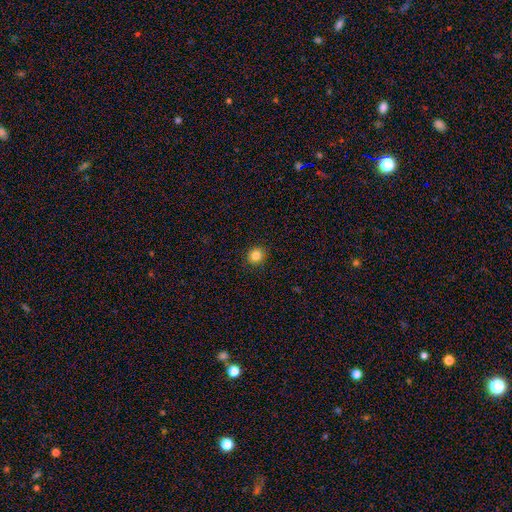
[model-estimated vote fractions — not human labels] smooth 84%, star or artifact 12%, featured or disk 4%. Down the decision tree: how rounded — round (89%); merging — none (91%).